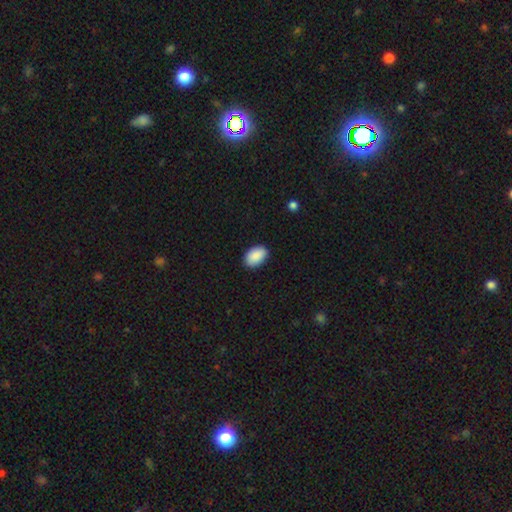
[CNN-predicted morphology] This appears to be a smooth galaxy with no disk features (90%) that is in between round and cigar-shaped (91%). Merging: none (88%).